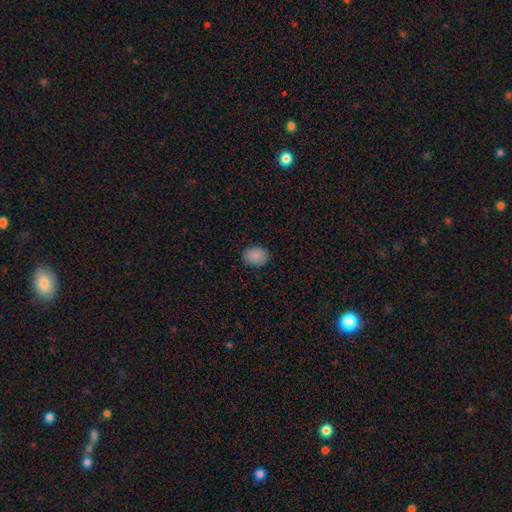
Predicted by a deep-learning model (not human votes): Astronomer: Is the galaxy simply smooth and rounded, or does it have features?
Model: smooth — 88%.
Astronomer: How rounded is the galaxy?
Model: in between — 60% (runner-up: round, 39%).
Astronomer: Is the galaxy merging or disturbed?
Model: none — 87%.